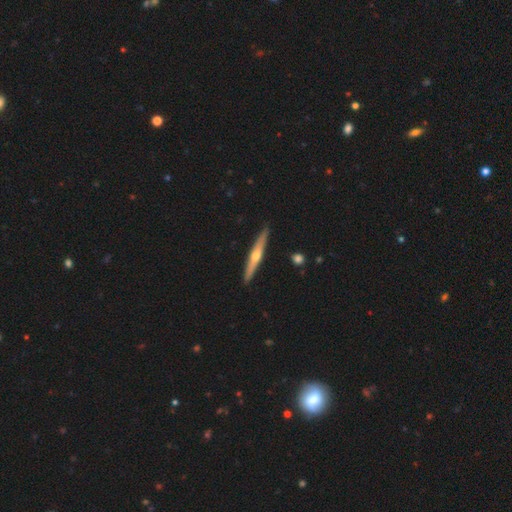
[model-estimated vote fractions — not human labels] Smooth or featured? Predicted: featured or disk (p=0.66). Edge-on disk? Predicted: yes (p=0.97). Edge-on bulge? Predicted: rounded (p=0.87). Merging? Predicted: none (p=0.91).